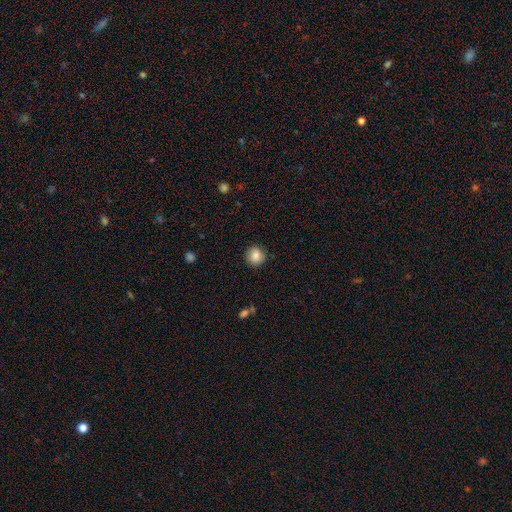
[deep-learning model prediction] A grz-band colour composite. It shows a smooth galaxy with no disk features (83%) that is round (93%). Merging: none (89%).